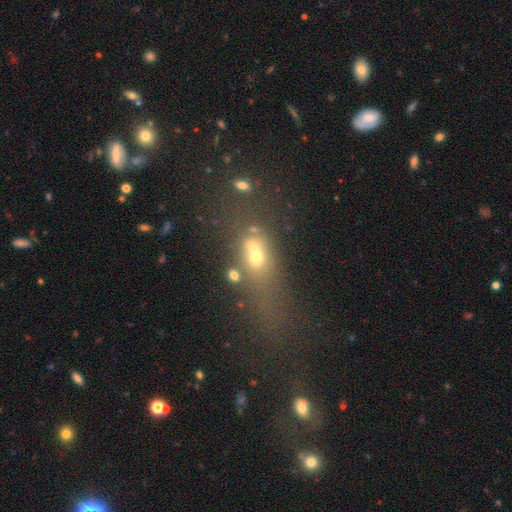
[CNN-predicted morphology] A smooth galaxy with no disk features (45%).

Vote fractions:
- Smooth or featured? smooth: 45% / star or artifact: 29% / featured or disk: 26%
- Merging? none: 36% / merger: 25% / major disturbance: 22% / minor disturbance: 17%